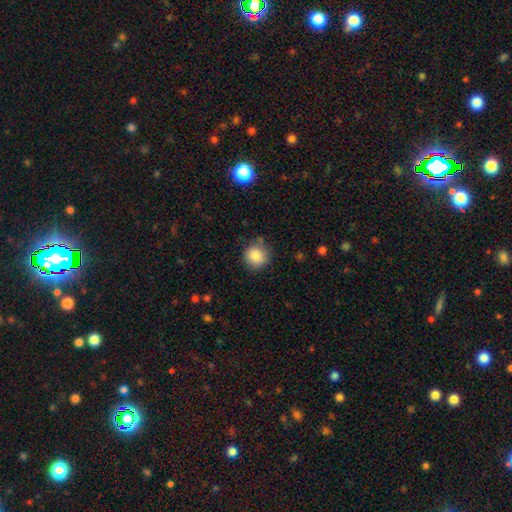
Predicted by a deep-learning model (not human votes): Smooth or featured?
  - smooth: 87% *
  - star or artifact: 9%
  - featured or disk: 5%
How rounded?
  - round: 91% *
  - in between: 8%
  - cigar-shaped: 1%
Merging?
  - none: 78% *
  - minor disturbance: 16%
  - major disturbance: 4%
  - merger: 2%